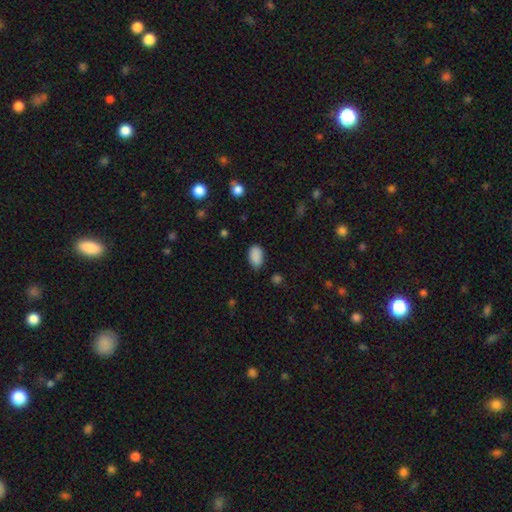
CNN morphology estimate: Smooth or featured: smooth — 88% (star or artifact — 8%)
How rounded: in between — 92% (round — 6%)
Merging: none — 76% (minor disturbance — 19%)